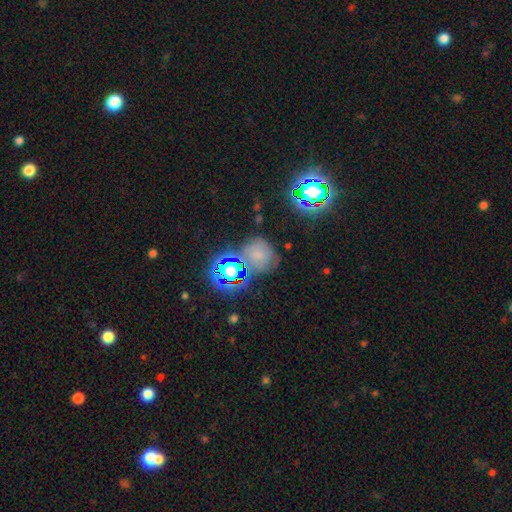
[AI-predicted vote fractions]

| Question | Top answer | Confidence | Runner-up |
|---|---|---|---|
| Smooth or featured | star or artifact | 52% | smooth (34%) |